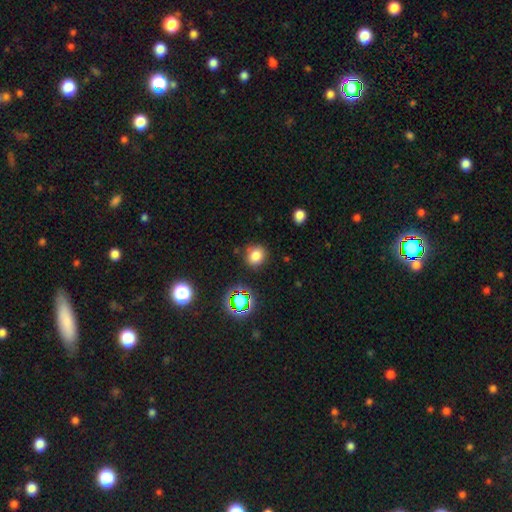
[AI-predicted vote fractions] smooth 77%, star or artifact 16%, featured or disk 7%. Down the decision tree: how rounded — round (74%); merging — none (82%).